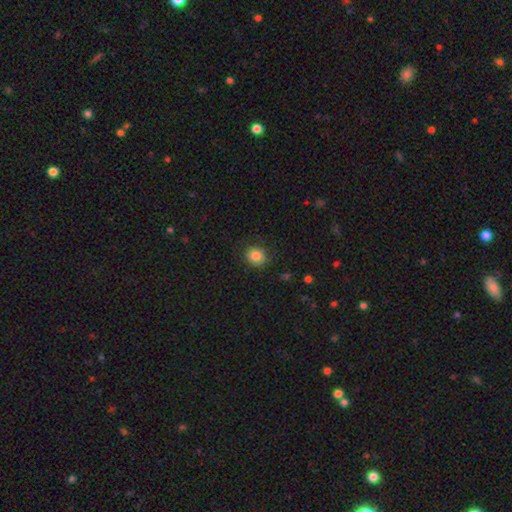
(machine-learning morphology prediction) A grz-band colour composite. It shows a smooth galaxy with no disk features (84%) that is round (80%). Merging: none (85%).